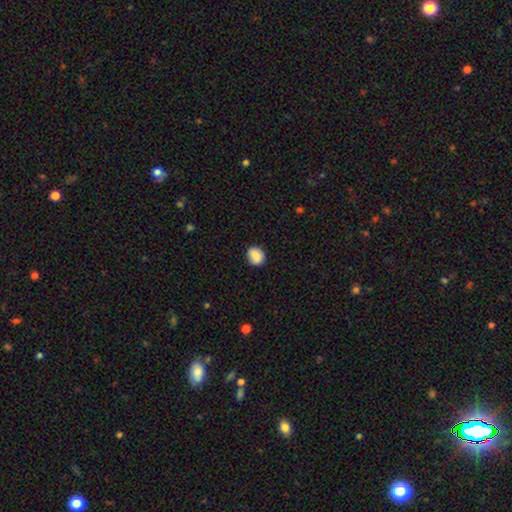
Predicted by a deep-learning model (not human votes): Overall: smooth (87%). How rounded: round (63%; in between 36%). Merging: none (85%).